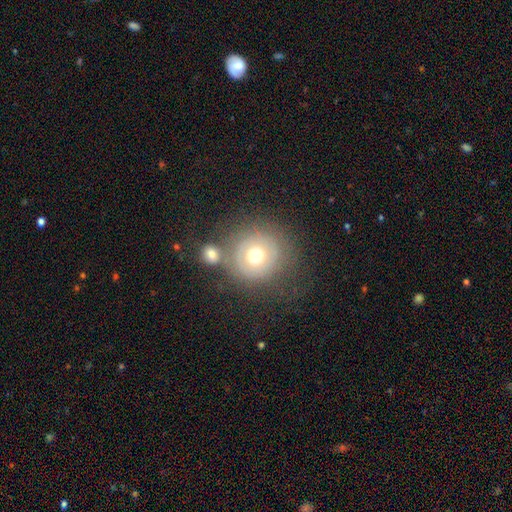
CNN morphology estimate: A smooth galaxy with no disk features (55%) that is round (90%).

Vote fractions:
- Smooth or featured? smooth: 55% / featured or disk: 35% / star or artifact: 10%
- How rounded? round: 90% / in between: 9% / cigar-shaped: 1%
- Merging? none: 56% / merger: 20% / minor disturbance: 13% / major disturbance: 10%